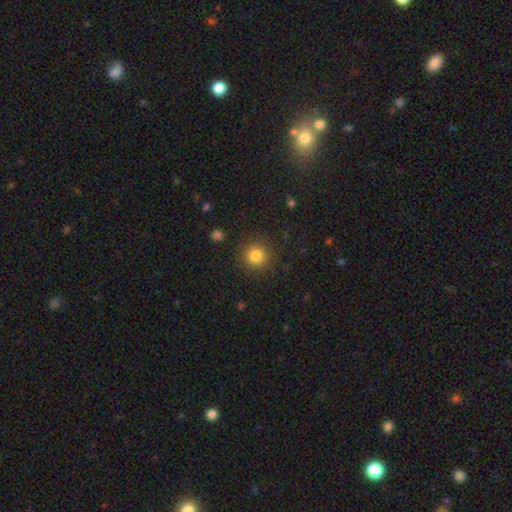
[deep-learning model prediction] smooth 83%, star or artifact 12%, featured or disk 5%. Down the decision tree: how rounded — round (93%); merging — none (89%).